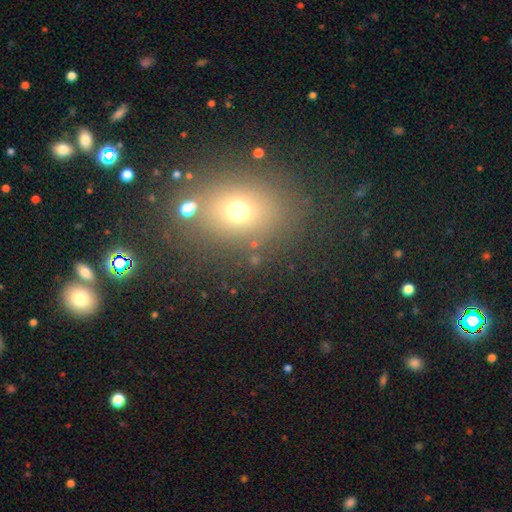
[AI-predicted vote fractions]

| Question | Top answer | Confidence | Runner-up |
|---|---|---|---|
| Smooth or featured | smooth | 63% | star or artifact (25%) |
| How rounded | in between | 49% | tied: round (49%) |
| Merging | none | 78% | minor disturbance (11%) |